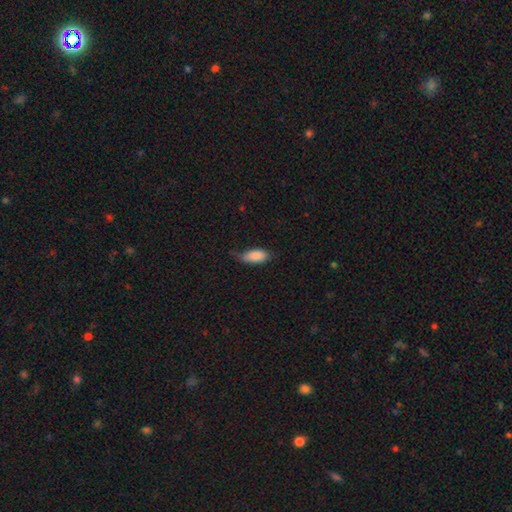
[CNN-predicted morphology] This appears to be a smooth galaxy with no disk features (86%) that is in between round and cigar-shaped (89%). Merging: none (46%).